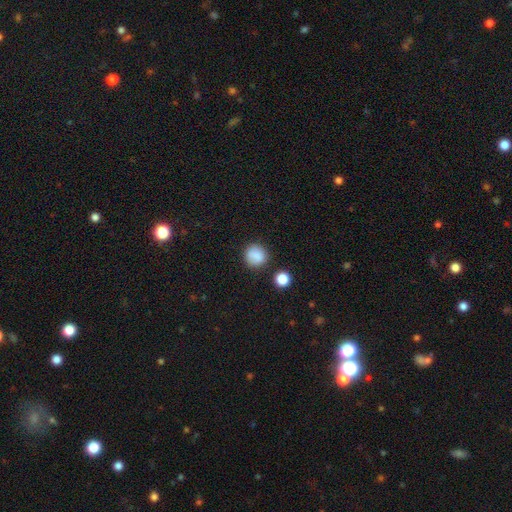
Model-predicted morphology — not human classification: A smooth galaxy with no disk features (85%) that is round (90%).

Vote fractions:
- Smooth or featured? smooth: 85% / star or artifact: 10% / featured or disk: 5%
- How rounded? round: 90% / in between: 9% / cigar-shaped: 1%
- Merging? none: 82% / minor disturbance: 11% / merger: 4% / major disturbance: 3%